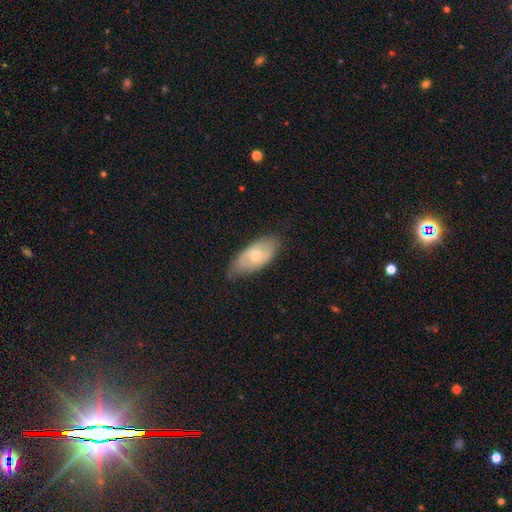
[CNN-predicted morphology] The model was most divided on "smooth or featured": smooth: 54%, featured or disk: 40%, star or artifact: 6%. More confident: how rounded — in between (90%); merging — none (73%).